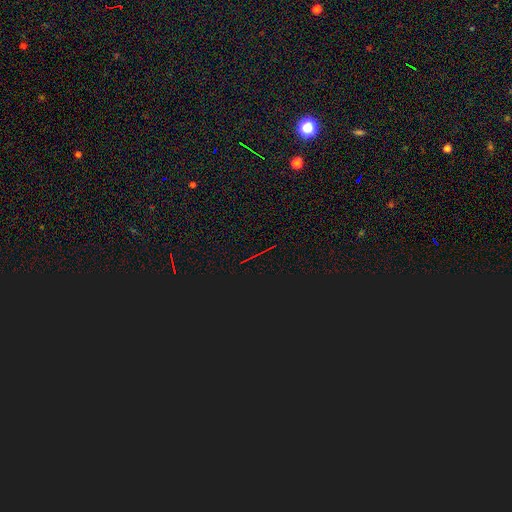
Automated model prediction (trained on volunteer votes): Morphology: type=star or artifact (80%).